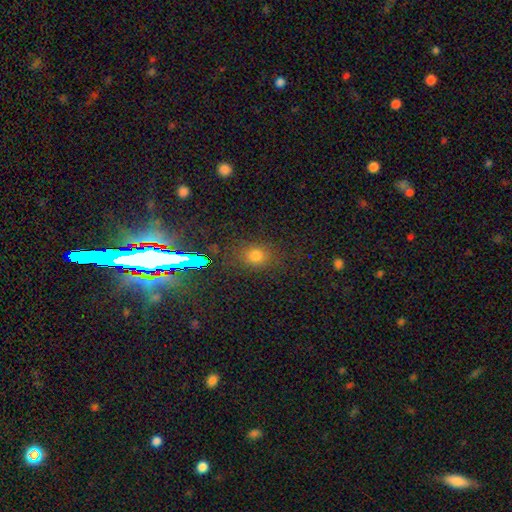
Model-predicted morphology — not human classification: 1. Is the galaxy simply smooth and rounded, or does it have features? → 69% smooth, 24% star or artifact, 8% featured or disk.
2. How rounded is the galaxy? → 64% round, 34% in between, 2% cigar-shaped.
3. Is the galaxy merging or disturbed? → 81% none, 11% minor disturbance, 5% major disturbance, 2% merger.